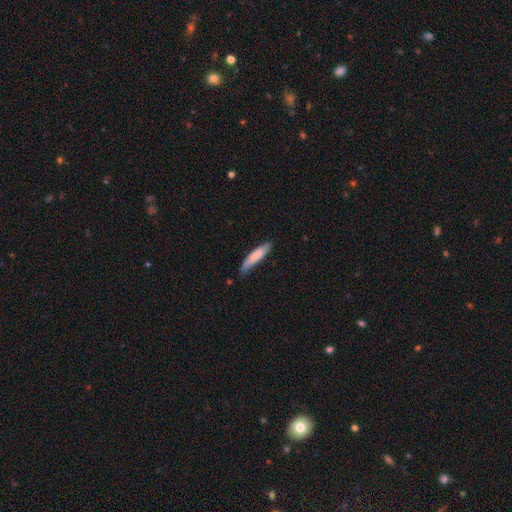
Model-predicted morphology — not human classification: Q: Smooth or featured?
A: smooth (73%); runner-up: featured or disk (21%)
Q: How rounded?
A: cigar-shaped (86%); runner-up: in between (13%)
Q: Merging?
A: none (77%); runner-up: minor disturbance (19%)